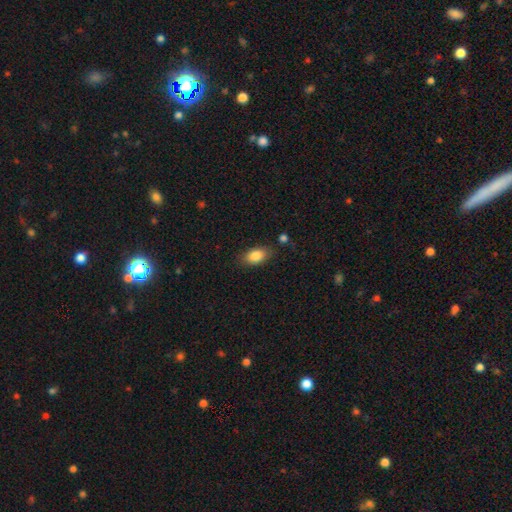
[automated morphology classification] smooth 86%, star or artifact 7%, featured or disk 7%. Down the decision tree: how rounded — in between (89%); merging — none (79%).